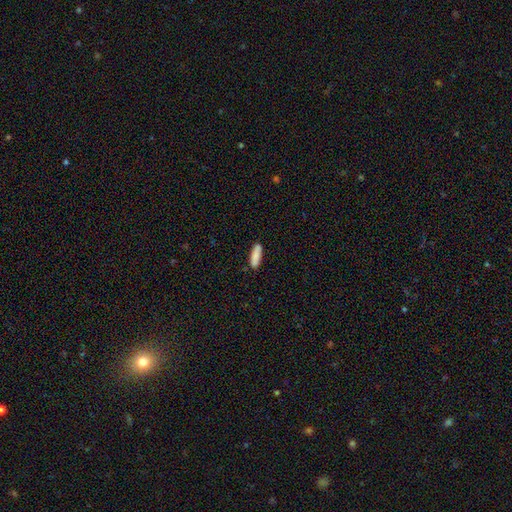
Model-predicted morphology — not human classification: Smooth or featured? Predicted: smooth (p=0.86). How rounded? Predicted: cigar-shaped (p=0.52). Merging? Predicted: none (p=0.85).